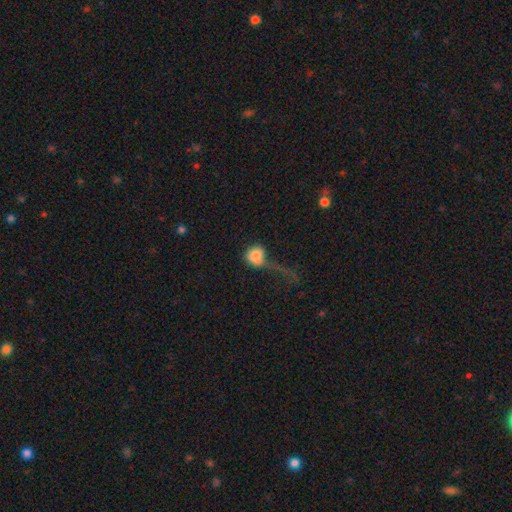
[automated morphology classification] type=smooth (78%); roundness=round (71%); merging=major disturbance (50%).